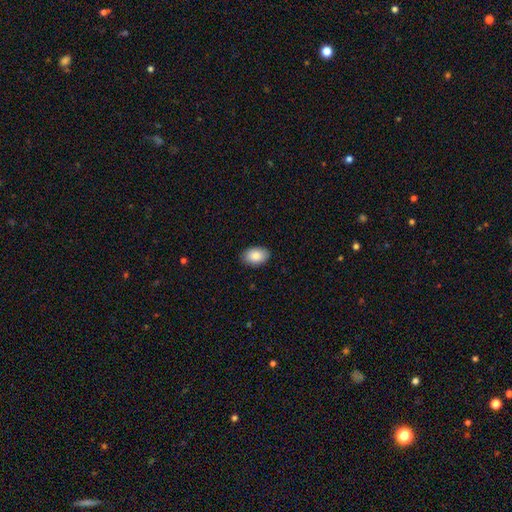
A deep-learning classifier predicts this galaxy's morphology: A smooth galaxy with no disk features (87%) that is in between round and cigar-shaped (89%).

Vote fractions:
- Smooth or featured? smooth: 87% / star or artifact: 6% / featured or disk: 6%
- How rounded? in between: 89% / round: 10% / cigar-shaped: 1%
- Merging? none: 89% / minor disturbance: 9% / major disturbance: 2% / merger: 1%